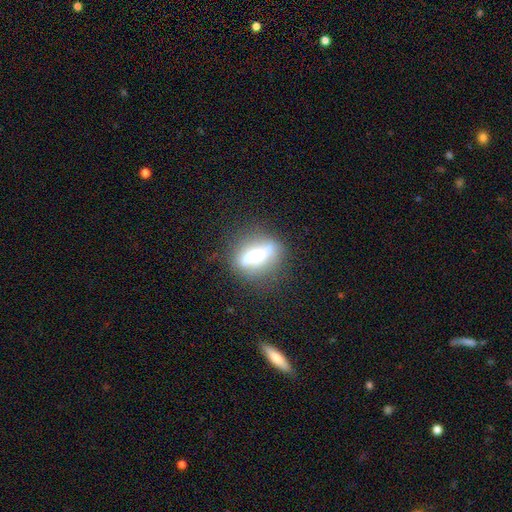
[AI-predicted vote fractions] smooth_or_featured: featured or disk (p=0.49) [alt: smooth p=0.39]
merging: none (p=0.64) [alt: minor disturbance p=0.17]